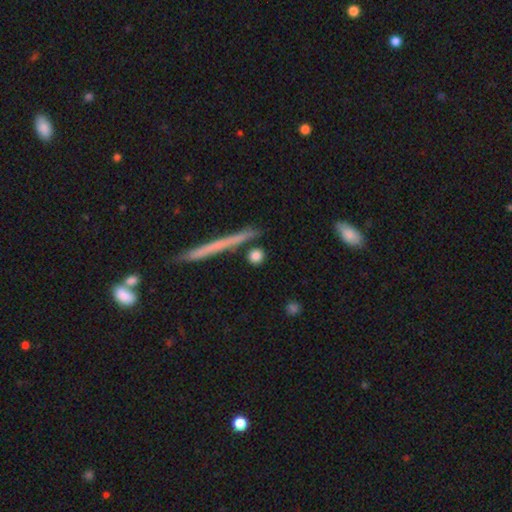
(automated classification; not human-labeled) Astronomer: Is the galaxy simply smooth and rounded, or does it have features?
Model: smooth — 82%.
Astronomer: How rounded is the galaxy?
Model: round — 81%.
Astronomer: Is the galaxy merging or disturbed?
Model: none — 83%.